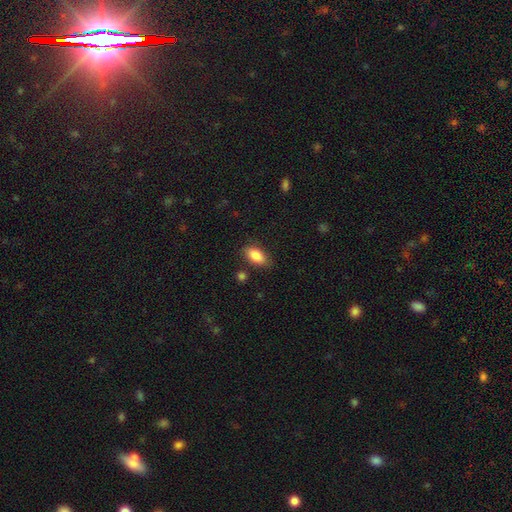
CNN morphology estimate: This is clearly a smooth galaxy (86%). How rounded: clearly in between (89%). Merging: clearly none (80%).